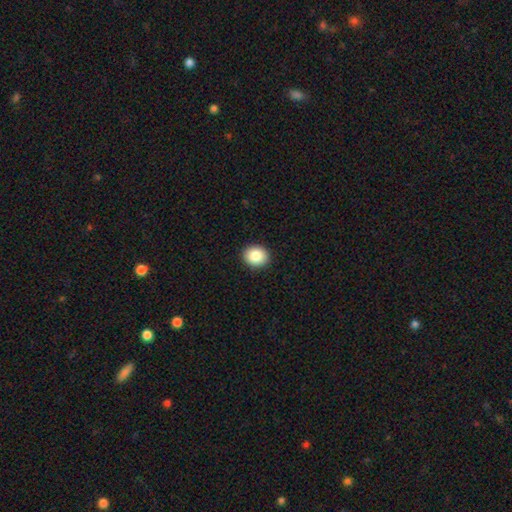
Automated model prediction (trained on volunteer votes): Morphology: type=smooth (86%); roundness=round (65%); merging=none (92%).